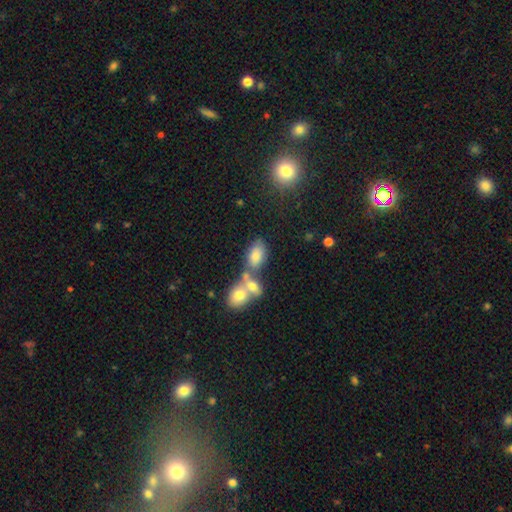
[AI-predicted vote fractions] This is likely a smooth galaxy (74%). How rounded: clearly in between (89%). Merging: marginally none (41%, tied with merger).